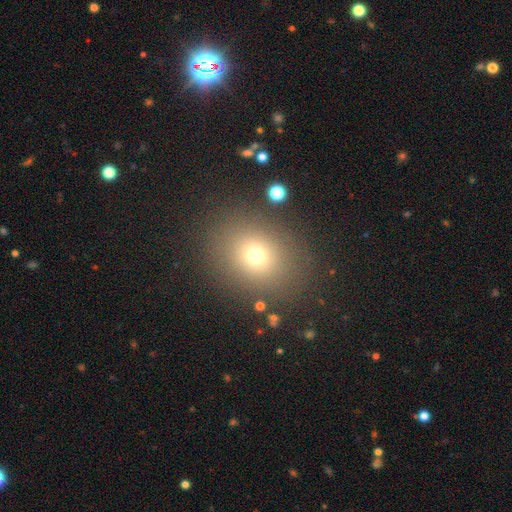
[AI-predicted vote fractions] Q: Smooth or featured?
A: smooth (70%); runner-up: star or artifact (19%)
Q: How rounded?
A: round (65%); runner-up: in between (34%)
Q: Merging?
A: none (84%); runner-up: minor disturbance (9%)